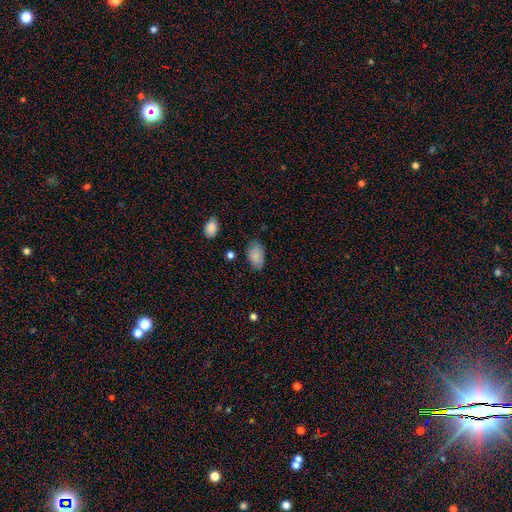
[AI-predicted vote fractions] Smooth or featured? smooth (86%)
How rounded? in between (93%)
Merging? none (76%)